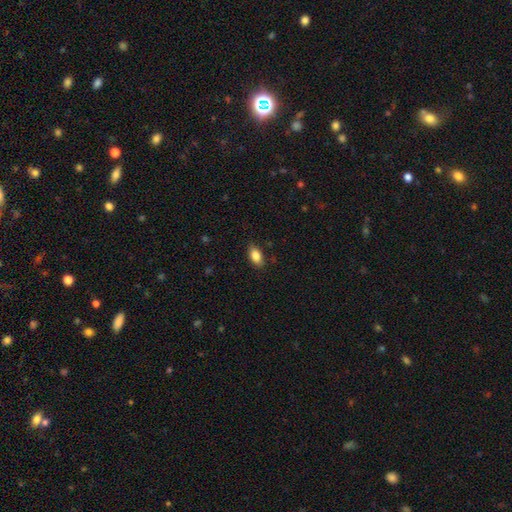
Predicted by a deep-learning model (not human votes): smooth-or-featured: smooth: 85% | featured or disk: 8% | star or artifact: 8%
  how-rounded: in between: 89% | round: 6% | cigar-shaped: 5%
  merging: none: 83% | minor disturbance: 13% | major disturbance: 3% | merger: 1%